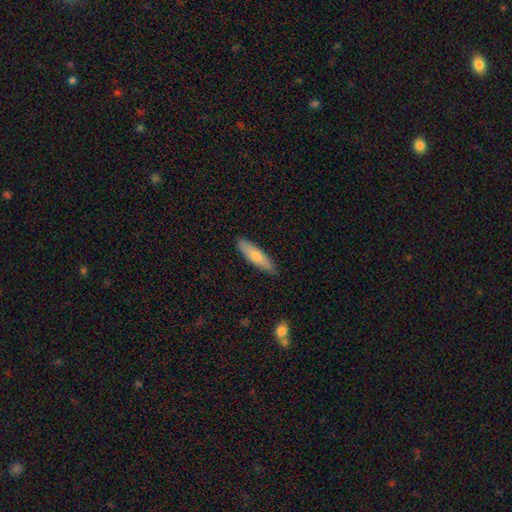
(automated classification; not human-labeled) Smooth or featured? Predicted: smooth (p=0.75). How rounded? Predicted: cigar-shaped (p=0.72). Merging? Predicted: none (p=0.86).